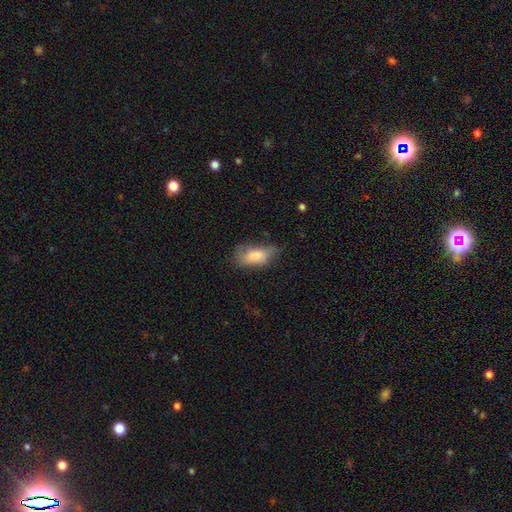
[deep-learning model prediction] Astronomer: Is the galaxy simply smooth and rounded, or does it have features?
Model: smooth — 77%.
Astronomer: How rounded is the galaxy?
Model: in between — 87%.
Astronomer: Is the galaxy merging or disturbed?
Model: none — 40% (runner-up: minor disturbance, 36%).